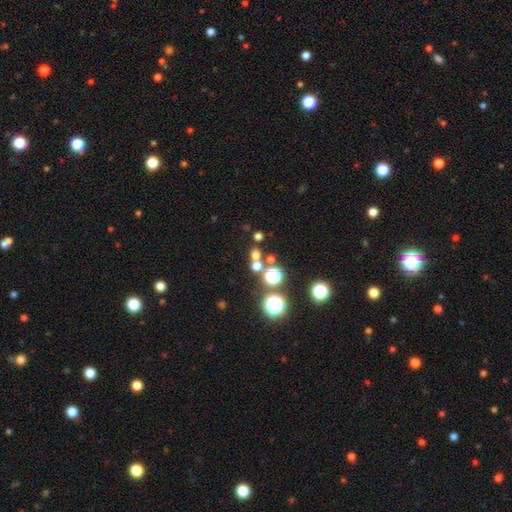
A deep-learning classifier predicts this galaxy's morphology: smooth_or_featured: smooth (p=0.57) [alt: star or artifact p=0.34]
how_rounded: round (p=0.82) [alt: in between p=0.16]
merging: none (p=0.67) [alt: merger p=0.21]